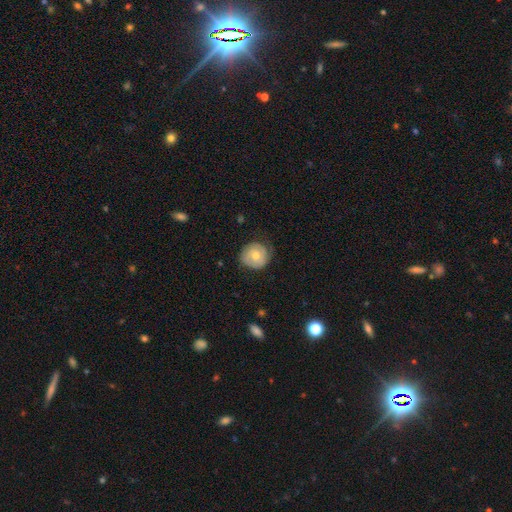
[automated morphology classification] Overall: smooth (54%; featured or disk 40%). How rounded: round (89%). Merging: none (73%).